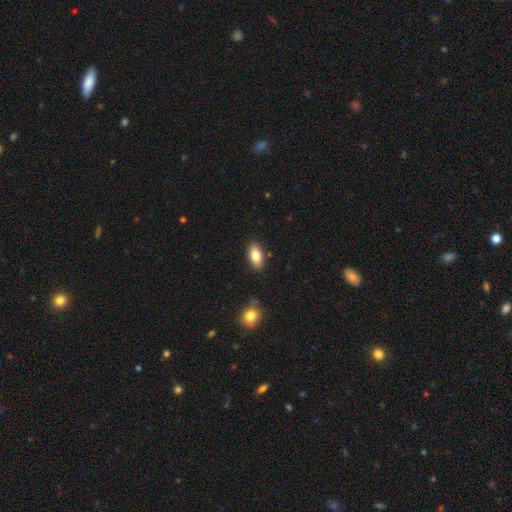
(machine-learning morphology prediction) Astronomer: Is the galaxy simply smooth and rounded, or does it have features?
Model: smooth — 82%.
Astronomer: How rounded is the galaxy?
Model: in between — 91%.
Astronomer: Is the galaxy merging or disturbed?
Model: none — 86%.